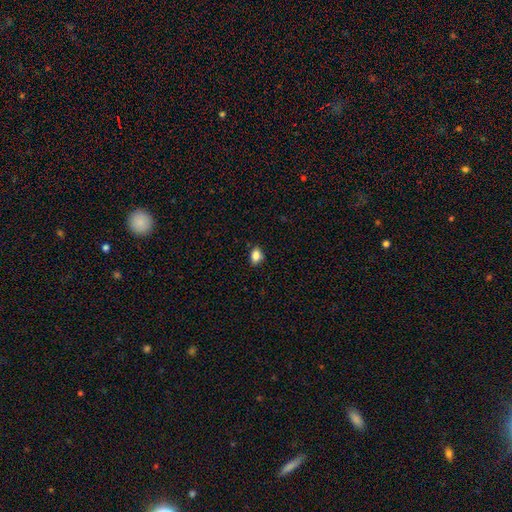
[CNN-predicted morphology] A smooth galaxy with no disk features (86%) that is in between round and cigar-shaped (71%). Merging: none (86%).